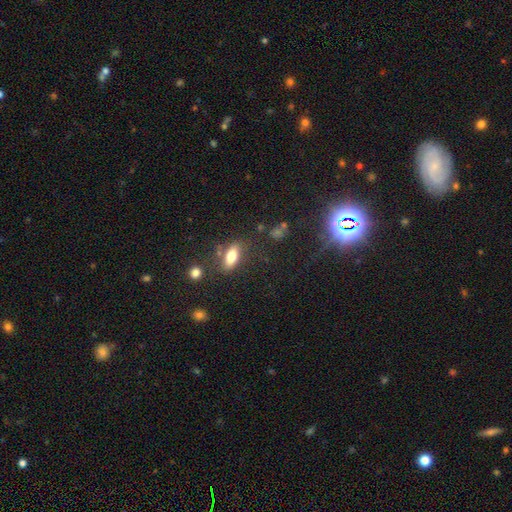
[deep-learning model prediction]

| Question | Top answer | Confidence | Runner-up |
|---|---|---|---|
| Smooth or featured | star or artifact | 42% | smooth (41%) |